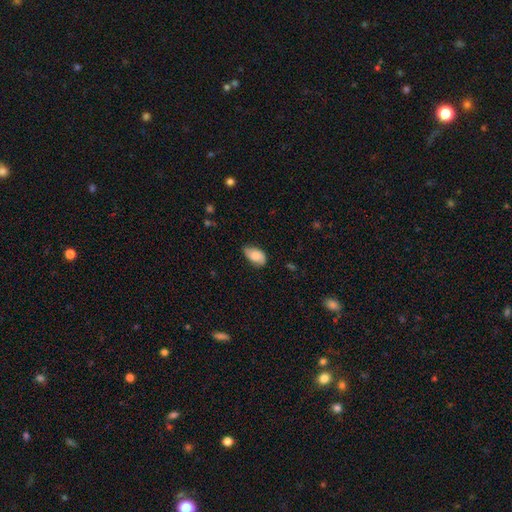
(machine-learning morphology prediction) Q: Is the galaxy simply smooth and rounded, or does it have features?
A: smooth — 75%.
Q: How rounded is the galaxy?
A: in between — 93%.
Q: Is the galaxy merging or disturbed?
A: none — 68%.